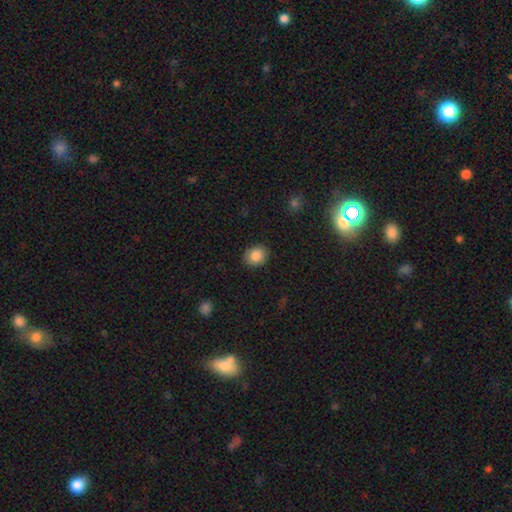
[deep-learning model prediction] Smooth or featured?
  - smooth: 86% *
  - star or artifact: 9%
  - featured or disk: 6%
How rounded?
  - round: 63% *
  - in between: 37%
  - cigar-shaped: 1%
Merging?
  - none: 89% *
  - minor disturbance: 8%
  - major disturbance: 2%
  - merger: 1%